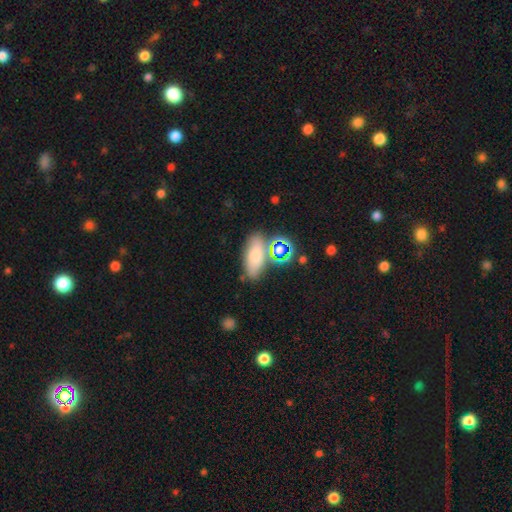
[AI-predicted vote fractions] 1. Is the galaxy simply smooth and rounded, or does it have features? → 66% smooth, 18% star or artifact, 16% featured or disk.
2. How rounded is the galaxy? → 77% in between, 12% cigar-shaped, 10% round.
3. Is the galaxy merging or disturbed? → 69% none, 15% minor disturbance, 11% merger, 5% major disturbance.